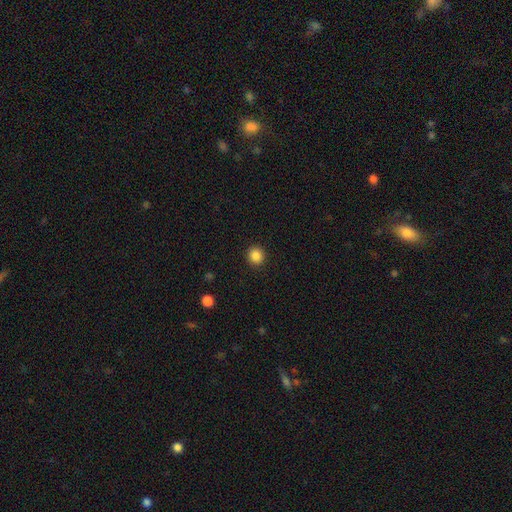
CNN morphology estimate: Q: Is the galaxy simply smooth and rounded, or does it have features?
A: smooth — 87%.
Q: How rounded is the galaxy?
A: round — 89%.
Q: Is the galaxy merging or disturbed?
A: none — 92%.